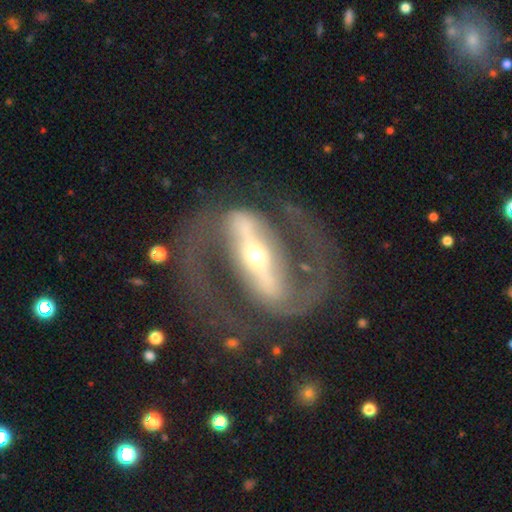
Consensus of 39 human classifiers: Smooth or featured: featured or disk — 82% (smooth — 13%)
Edge-on disk: no — 100%
Bar: strong — 78% (weak — 19%)
Spiral arms: yes — 94% (no — 6%)
Spiral winding: medium — 63% (loose — 20%)
Spiral arm count: 2 — 100%
Bulge size: small — 66% (moderate — 19%)
Merging: none — 62% (merger — 16%)